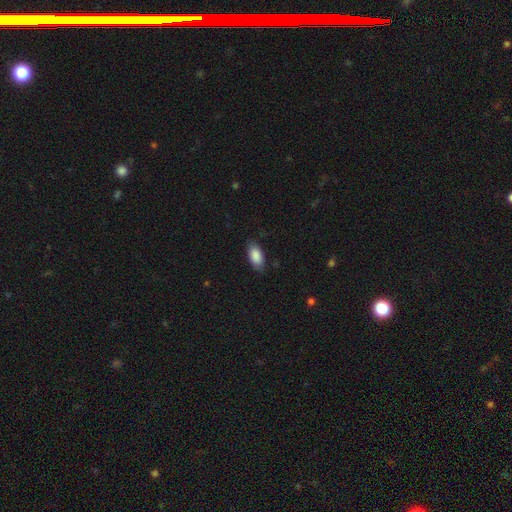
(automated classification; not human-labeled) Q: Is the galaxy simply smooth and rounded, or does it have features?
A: smooth — 88%.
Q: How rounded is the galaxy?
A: in between — 92%.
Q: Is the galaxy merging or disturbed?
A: none — 82%.